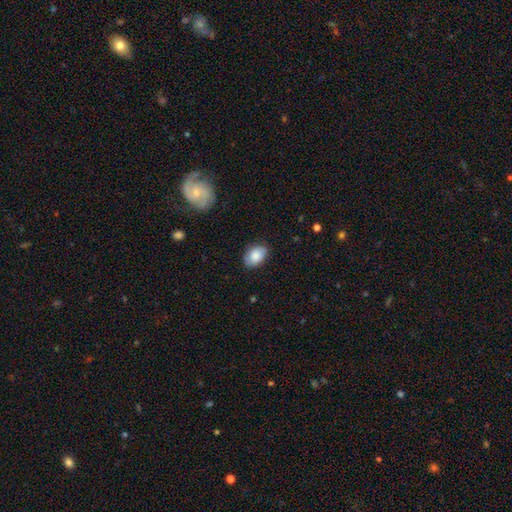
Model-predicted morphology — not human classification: Smooth or featured: smooth — 82% (featured or disk — 11%)
How rounded: in between — 83% (round — 16%)
Merging: none — 80% (minor disturbance — 16%)